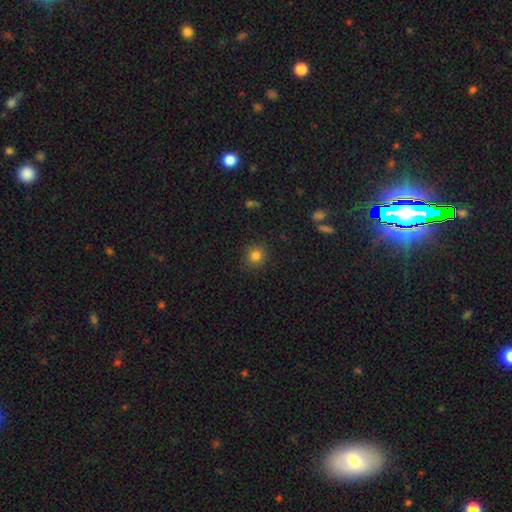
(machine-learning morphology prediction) Smooth or featured? smooth (82%)
How rounded? round (89%)
Merging? none (88%)